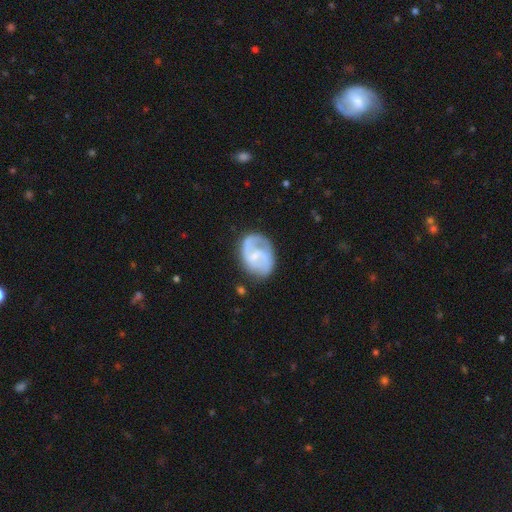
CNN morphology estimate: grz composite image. It shows a featured or disk galaxy (77%) with a weak bar (54%), 2 (77%) medium (49%) spiral arms (90%) and a small central bulge (56%). Merging: none (67%).